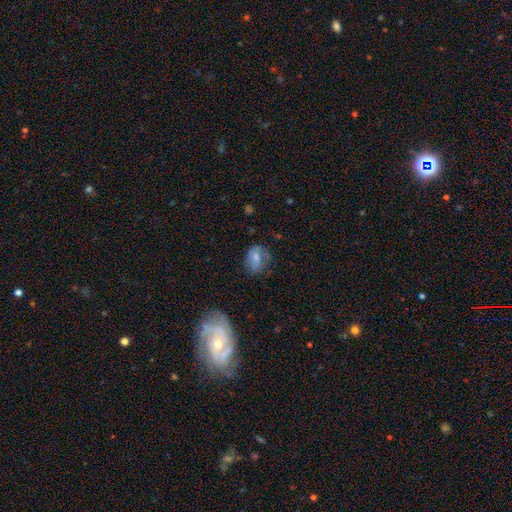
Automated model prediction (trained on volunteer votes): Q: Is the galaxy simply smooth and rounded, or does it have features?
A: smooth — 48%.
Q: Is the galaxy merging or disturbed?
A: none — 60%.